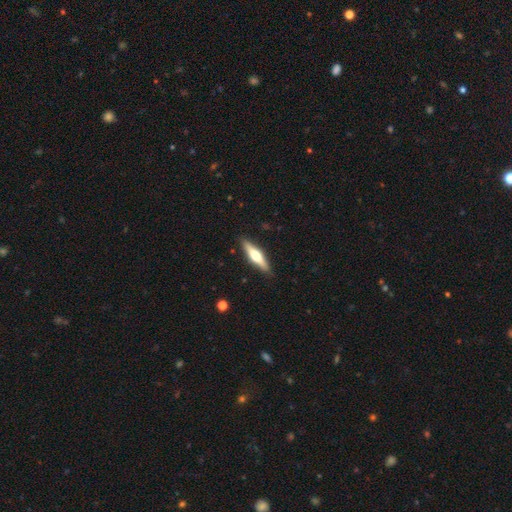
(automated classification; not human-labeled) Smooth or featured?
  - featured or disk: 52% *
  - smooth: 43%
  - star or artifact: 5%
Edge-on disk?
  - yes: 94% *
  - no: 6%
Merging?
  - none: 89% *
  - minor disturbance: 8%
  - major disturbance: 2%
  - merger: 1%